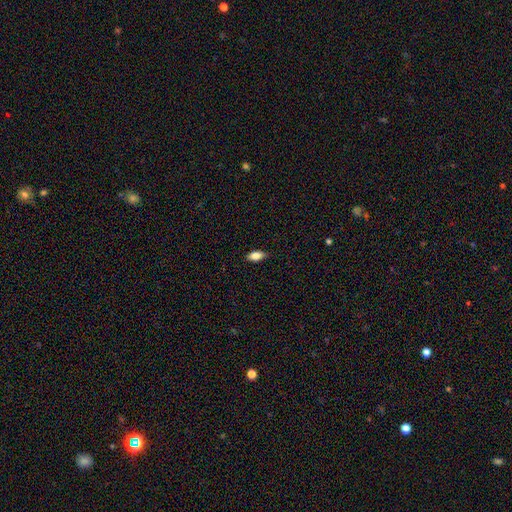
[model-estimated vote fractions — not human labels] smooth 80%, featured or disk 13%, star or artifact 8%. Down the decision tree: how rounded — in between (87%); merging — none (85%).